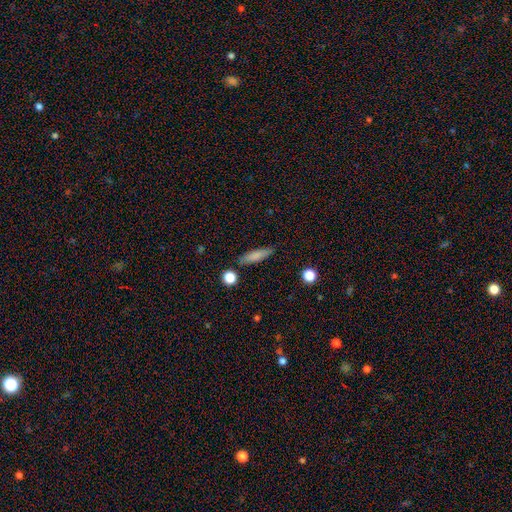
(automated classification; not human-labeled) The model was most divided on "how rounded": cigar-shaped: 70%, in between: 28%, round: 3%. More confident: merging — none (83%); smooth or featured — smooth (79%).